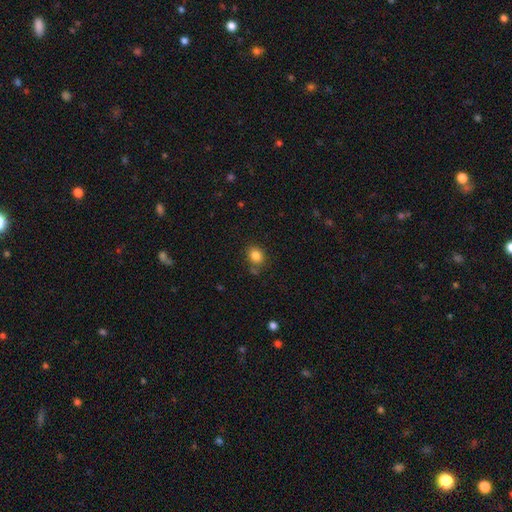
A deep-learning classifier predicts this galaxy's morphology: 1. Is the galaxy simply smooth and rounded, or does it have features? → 83% smooth, 11% star or artifact, 6% featured or disk.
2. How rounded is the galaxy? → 59% round, 41% in between, 1% cigar-shaped.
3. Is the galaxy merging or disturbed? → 74% none, 16% minor disturbance, 6% merger, 4% major disturbance.